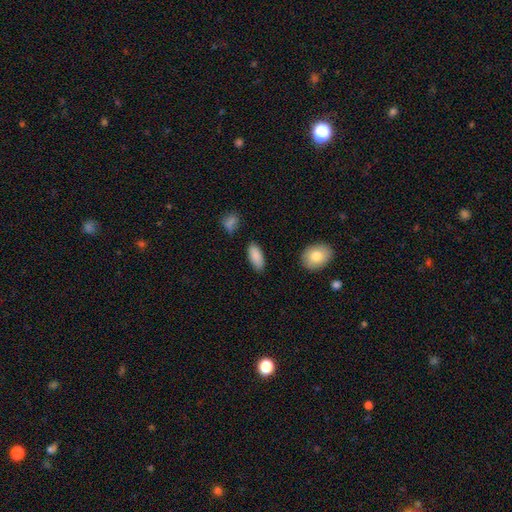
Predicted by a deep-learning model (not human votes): smooth_or_featured: smooth (p=0.88) [alt: star or artifact p=0.06]
how_rounded: in between (p=0.89) [alt: cigar-shaped p=0.09]
merging: none (p=0.83) [alt: minor disturbance p=0.12]